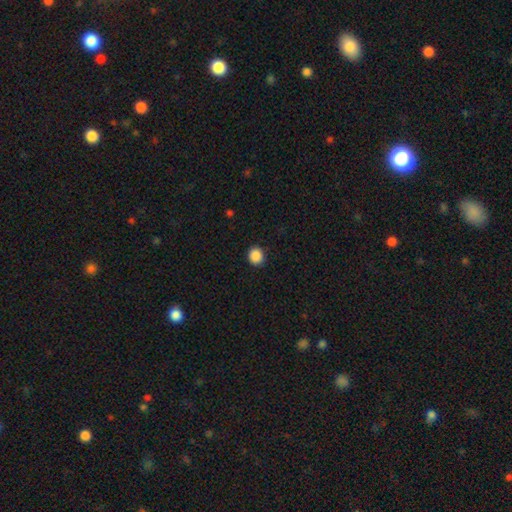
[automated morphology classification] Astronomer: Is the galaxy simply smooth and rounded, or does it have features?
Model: smooth — 88%.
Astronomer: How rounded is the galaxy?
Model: round — 81%.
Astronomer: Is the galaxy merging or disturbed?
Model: none — 91%.